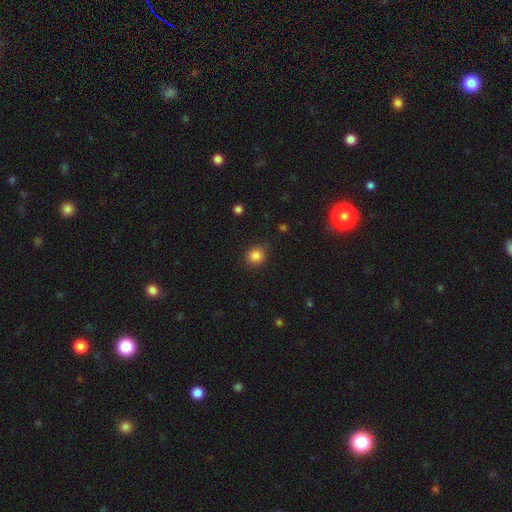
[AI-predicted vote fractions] A smooth galaxy with no disk features (85%) that is round (88%). Merging: none (85%).